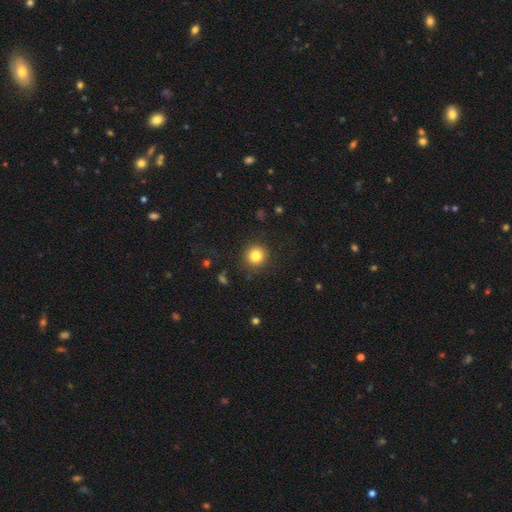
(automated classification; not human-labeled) Q: Smooth or featured?
A: smooth (84%); runner-up: star or artifact (11%)
Q: How rounded?
A: round (91%); runner-up: in between (8%)
Q: Merging?
A: none (88%); runner-up: minor disturbance (8%)